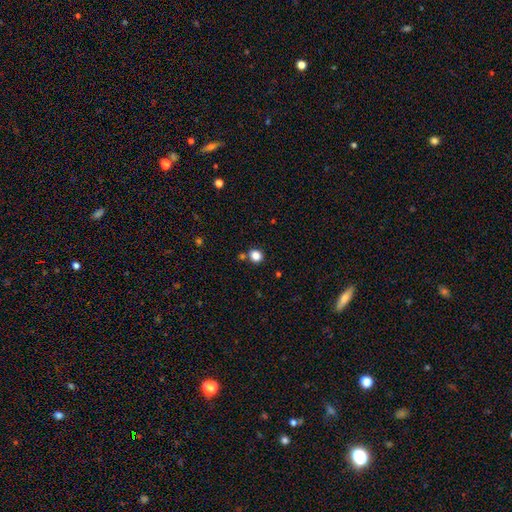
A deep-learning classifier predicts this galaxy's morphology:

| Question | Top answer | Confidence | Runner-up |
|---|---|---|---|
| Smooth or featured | smooth | 84% | star or artifact (12%) |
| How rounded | round | 83% | in between (16%) |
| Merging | none | 79% | merger (10%) |